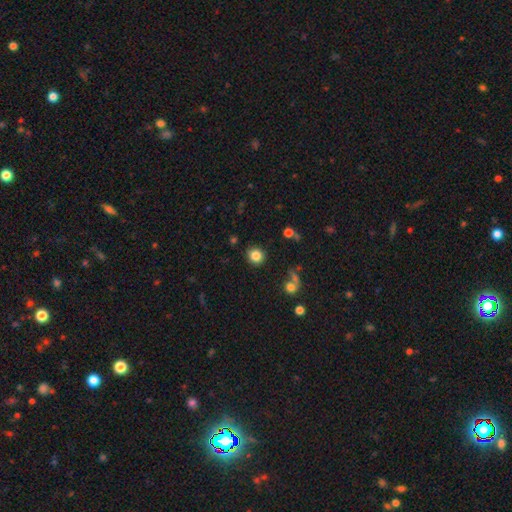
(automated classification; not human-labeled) A smooth galaxy with no disk features (83%) that is round (88%).

Vote fractions:
- Smooth or featured? smooth: 83% / star or artifact: 11% / featured or disk: 5%
- How rounded? round: 88% / in between: 11% / cigar-shaped: 1%
- Merging? none: 89% / minor disturbance: 7% / major disturbance: 2% / merger: 2%